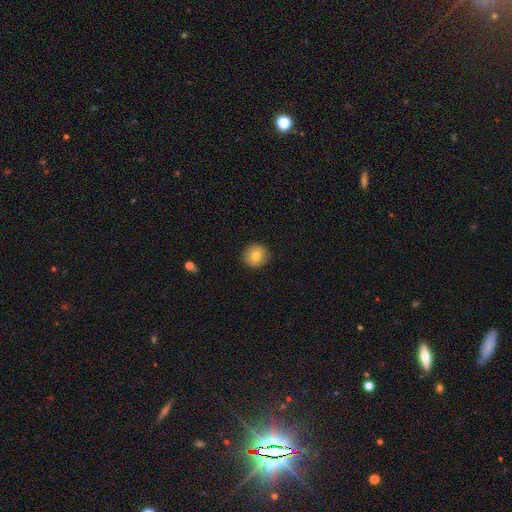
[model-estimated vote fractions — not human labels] smooth-or-featured: smooth: 79% | featured or disk: 12% | star or artifact: 9%
  how-rounded: round: 92% | in between: 7% | cigar-shaped: 1%
  merging: none: 91% | minor disturbance: 6% | major disturbance: 2% | merger: 1%